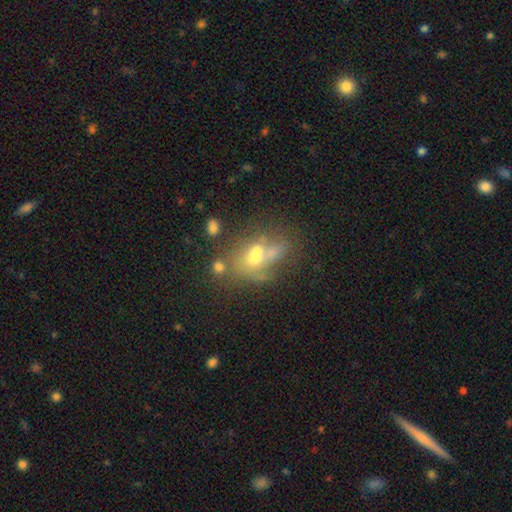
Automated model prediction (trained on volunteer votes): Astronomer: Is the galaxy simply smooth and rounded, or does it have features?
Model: smooth — 47% (runner-up: featured or disk, 37%).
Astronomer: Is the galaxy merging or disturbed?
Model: merger — 38% (runner-up: none, 29%).